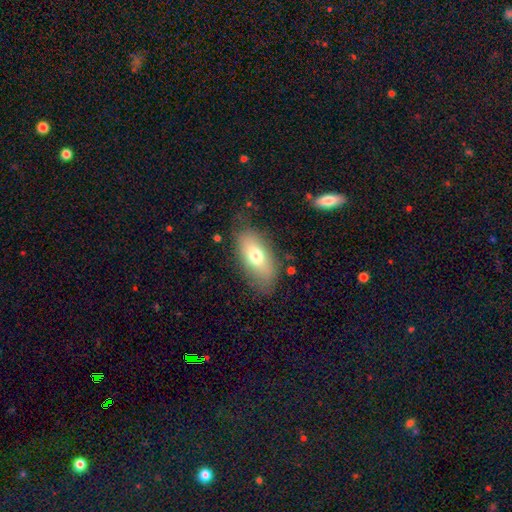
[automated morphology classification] Overall: smooth (71%). How rounded: in between (87%). Merging: none (74%).